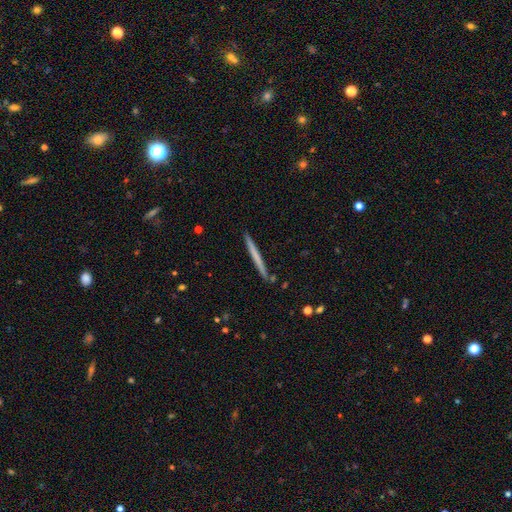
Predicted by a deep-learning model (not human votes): smooth 55%, featured or disk 40%, star or artifact 5%. Down the decision tree: how rounded — cigar-shaped (97%); merging — none (91%).